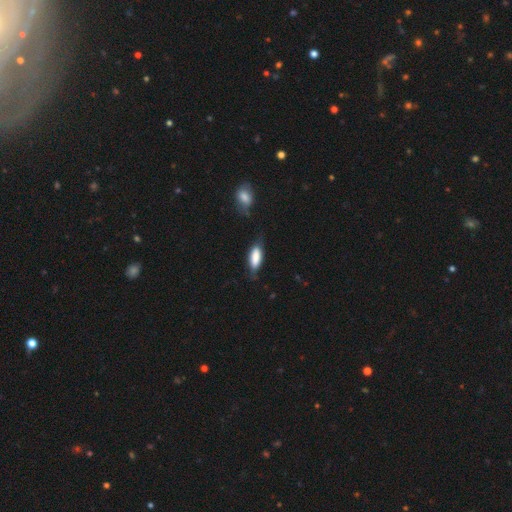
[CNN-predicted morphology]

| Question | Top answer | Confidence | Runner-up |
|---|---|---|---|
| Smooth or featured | smooth | 79% | featured or disk (15%) |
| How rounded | in between | 70% | cigar-shaped (28%) |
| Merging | none | 61% | minor disturbance (27%) |